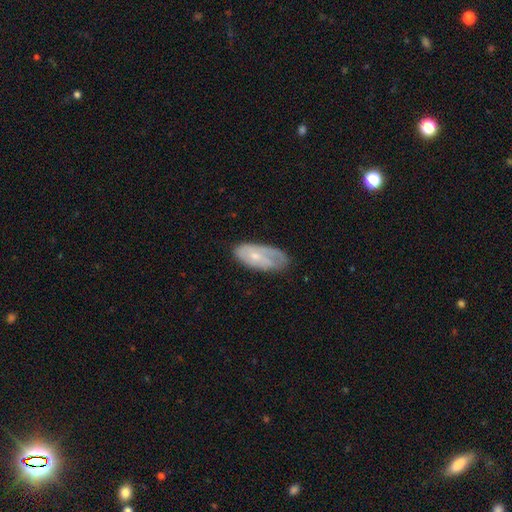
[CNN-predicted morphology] The model was most divided on "smooth or featured": featured or disk: 49%, smooth: 44%, star or artifact: 7%. More confident: merging — none (58%).